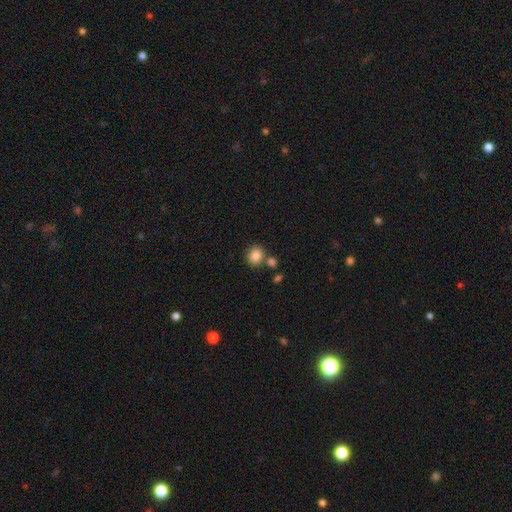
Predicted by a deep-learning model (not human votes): smooth-or-featured: smooth: 85% | star or artifact: 9% | featured or disk: 6%
  how-rounded: round: 76% | in between: 23% | cigar-shaped: 1%
  merging: none: 70% | merger: 16% | minor disturbance: 11% | major disturbance: 3%